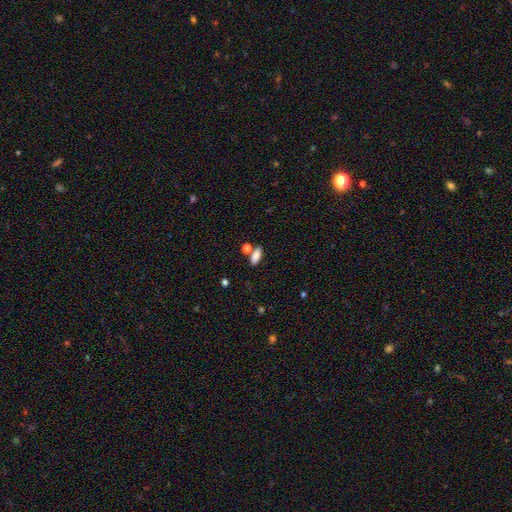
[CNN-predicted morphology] A smooth galaxy with no disk features (83%) that is in between round and cigar-shaped (75%). Merging: none (67%).